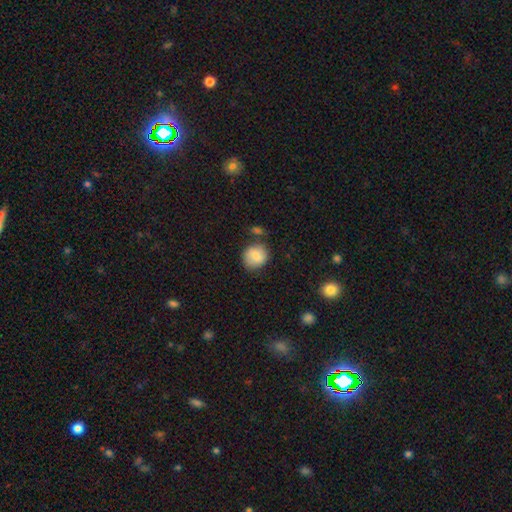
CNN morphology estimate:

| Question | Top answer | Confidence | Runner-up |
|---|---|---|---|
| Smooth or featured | smooth | 81% | featured or disk (11%) |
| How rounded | round | 82% | in between (17%) |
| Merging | none | 71% | minor disturbance (16%) |